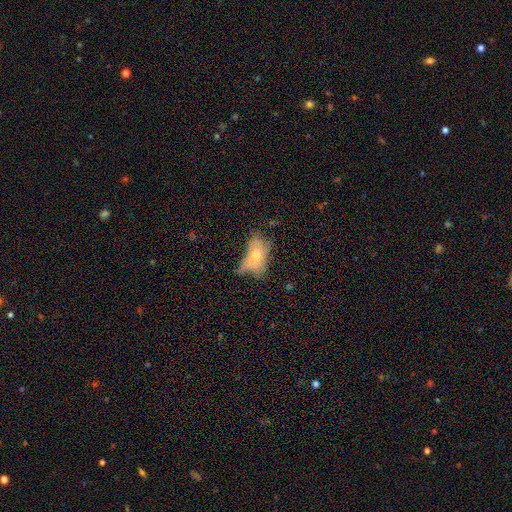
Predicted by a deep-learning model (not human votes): smooth-or-featured: smooth: 53% | featured or disk: 34% | star or artifact: 13%
  how-rounded: in between: 84% | round: 10% | cigar-shaped: 6%
  merging: none: 34% | minor disturbance: 32% | major disturbance: 28% | merger: 7%